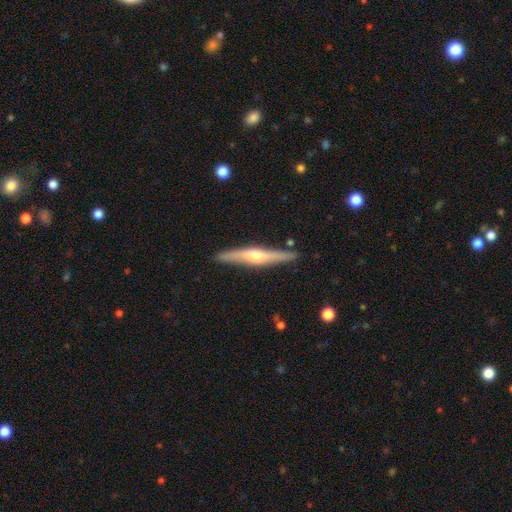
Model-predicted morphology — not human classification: This appears to be a featured or disk galaxy (72%) viewed edge-on (97%) with a rounded central bulge (90%). Merging: none (89%).